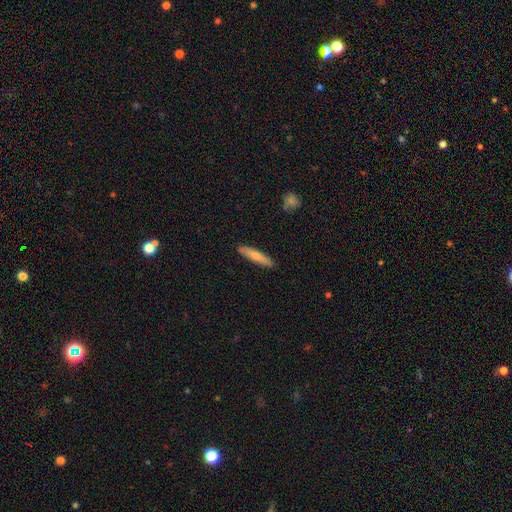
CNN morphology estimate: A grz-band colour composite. It shows a smooth galaxy with no disk features (74%) that is cigar-shaped (87%). Merging: none (90%).